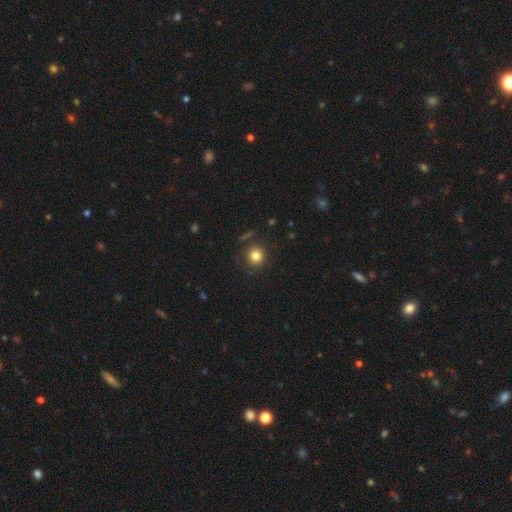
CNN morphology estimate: The model was most divided on "smooth or featured": smooth: 81%, star or artifact: 12%, featured or disk: 6%. More confident: how rounded — round (91%); merging — none (85%).